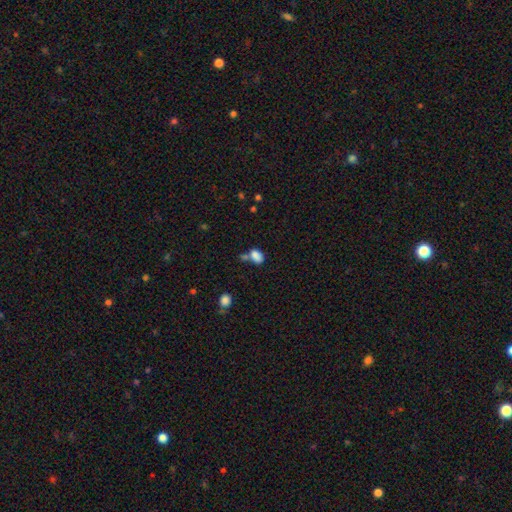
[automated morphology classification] Smooth or featured? Predicted: smooth (p=0.83). How rounded? Predicted: in between (p=0.84). Merging? Predicted: none (p=0.41).